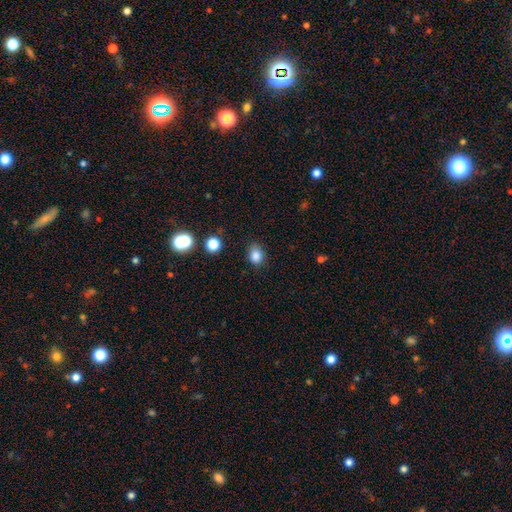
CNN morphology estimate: Smooth or featured? smooth (84%)
How rounded? in between (52%)
Merging? none (77%)